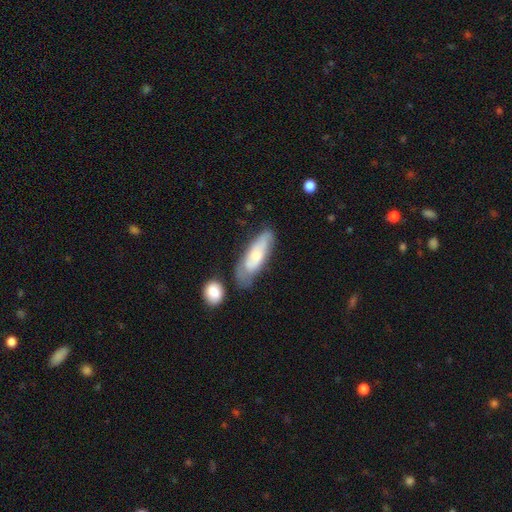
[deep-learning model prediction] Smooth or featured? smooth (56%)
How rounded? in between (57%)
Merging? none (52%)